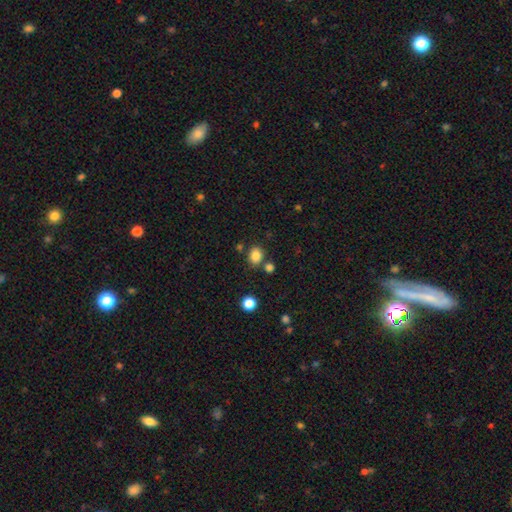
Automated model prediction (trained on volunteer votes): A smooth galaxy with no disk features (84%) that is round (53%). Merging: none (75%).